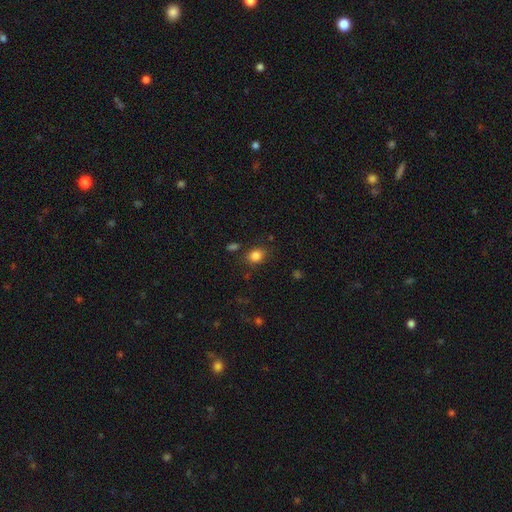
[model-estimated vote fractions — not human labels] A smooth galaxy with no disk features (83%) that is round (50%).

Vote fractions:
- Smooth or featured? smooth: 83% / star or artifact: 11% / featured or disk: 6%
- How rounded? round: 50% / in between: 49% / cigar-shaped: 1%
- Merging? none: 80% / minor disturbance: 13% / major disturbance: 4% / merger: 4%